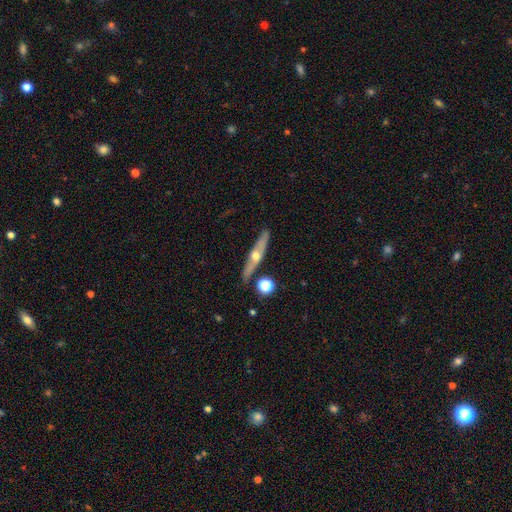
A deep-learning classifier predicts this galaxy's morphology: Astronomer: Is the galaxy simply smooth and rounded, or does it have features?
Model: featured or disk — 67%.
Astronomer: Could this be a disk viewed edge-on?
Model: yes — 90%.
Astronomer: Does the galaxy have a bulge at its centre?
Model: rounded — 90%.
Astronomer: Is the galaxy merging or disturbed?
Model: none — 85%.